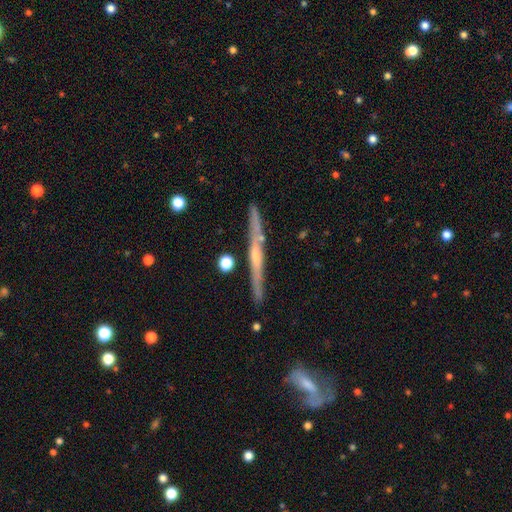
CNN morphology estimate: This is likely a featured or disk galaxy (66%). It is clearly viewed edge-on (96%). Edge-on bulge: possibly none (49%). Merging: clearly none (85%).